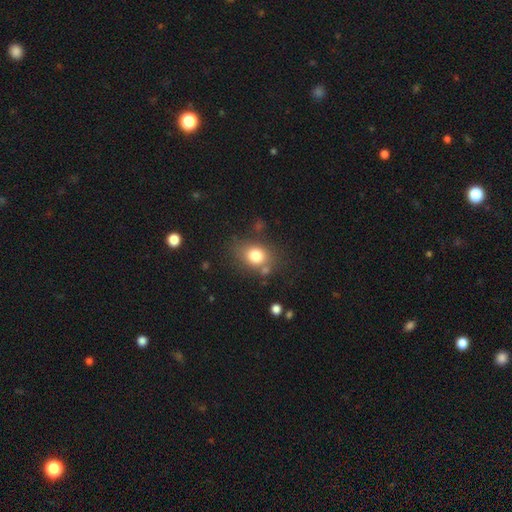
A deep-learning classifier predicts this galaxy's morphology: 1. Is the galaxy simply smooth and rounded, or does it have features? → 79% smooth, 11% star or artifact, 10% featured or disk.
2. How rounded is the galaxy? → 54% in between, 45% round, 1% cigar-shaped.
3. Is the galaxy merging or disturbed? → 68% none, 17% minor disturbance, 8% merger, 7% major disturbance.